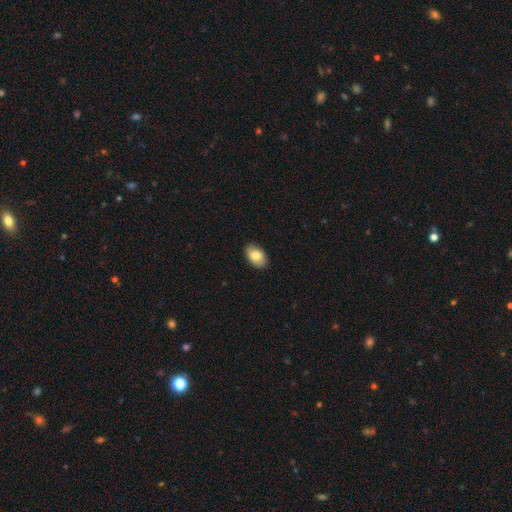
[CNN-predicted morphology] Smooth or featured? Predicted: smooth (p=0.80). How rounded? Predicted: in between (p=0.90). Merging? Predicted: none (p=0.89).